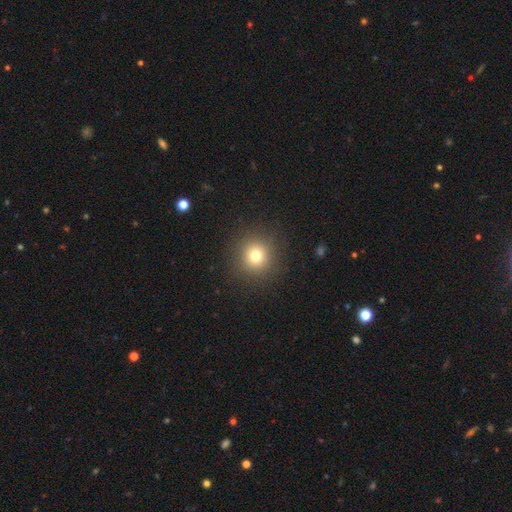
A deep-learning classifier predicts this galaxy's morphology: This is likely a smooth galaxy (76%). How rounded: clearly round (93%). Merging: clearly none (91%).